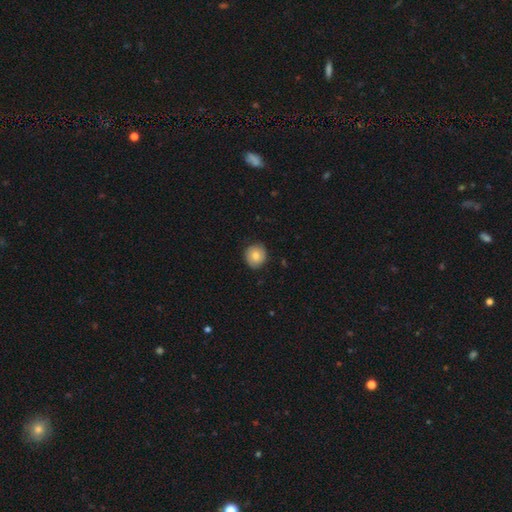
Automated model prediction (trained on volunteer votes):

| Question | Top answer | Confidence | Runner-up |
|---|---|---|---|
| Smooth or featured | smooth | 76% | featured or disk (16%) |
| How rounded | round | 87% | in between (12%) |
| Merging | none | 86% | minor disturbance (10%) |